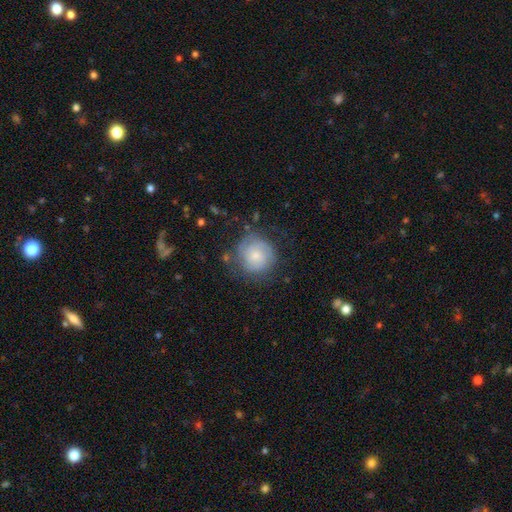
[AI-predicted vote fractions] This is possibly a featured or disk galaxy (46%, tied with smooth). Merging: likely none (66%).